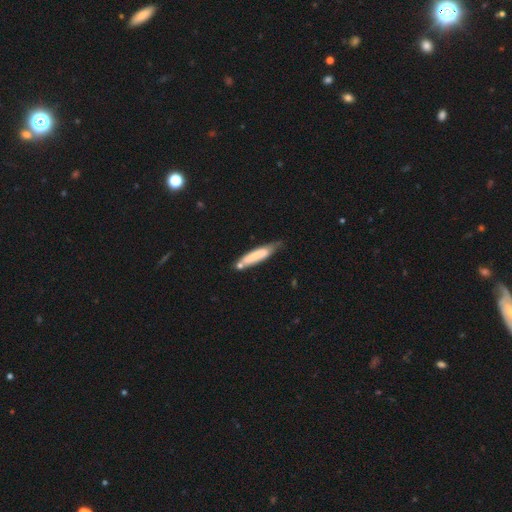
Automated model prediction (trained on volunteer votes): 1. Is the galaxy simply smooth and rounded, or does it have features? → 72% smooth, 22% featured or disk, 6% star or artifact.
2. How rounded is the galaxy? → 82% cigar-shaped, 17% in between, 1% round.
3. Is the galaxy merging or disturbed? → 51% none, 27% minor disturbance, 15% merger, 7% major disturbance.